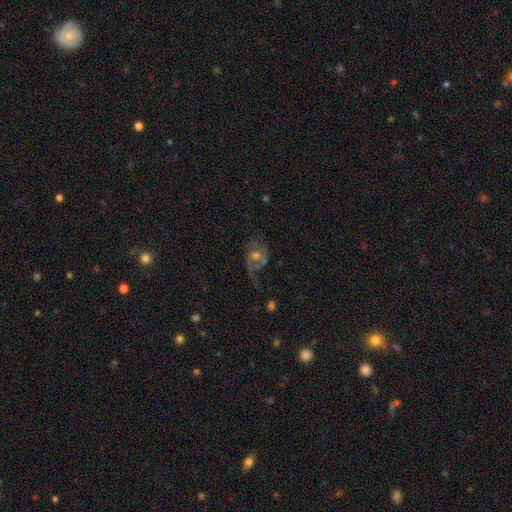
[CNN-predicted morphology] smooth_or_featured: featured or disk (p=0.65) [alt: smooth p=0.21]
disk_edge_on: no (p=0.96) [alt: yes p=0.04]
bar: no (p=0.68) [alt: weak p=0.27]
has_spiral_arms: yes (p=0.77) [alt: no p=0.23]
bulge_size: moderate (p=0.61) [alt: small p=0.26]
merging: none (p=0.41) [alt: major disturbance p=0.32]